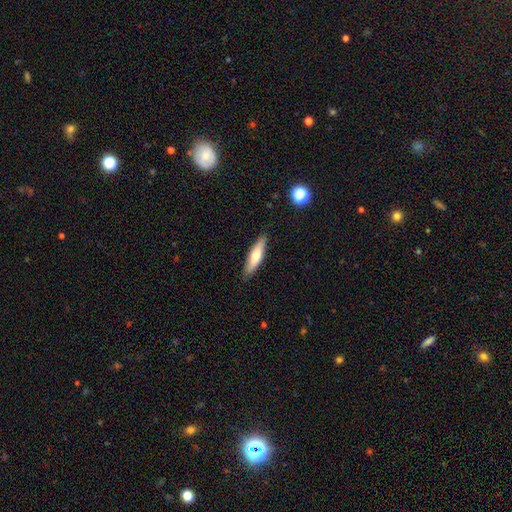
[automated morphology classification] Smooth or featured?
  - smooth: 62% *
  - featured or disk: 32%
  - star or artifact: 6%
How rounded?
  - cigar-shaped: 71% *
  - in between: 27%
  - round: 2%
Merging?
  - none: 87% *
  - minor disturbance: 10%
  - major disturbance: 2%
  - merger: 1%